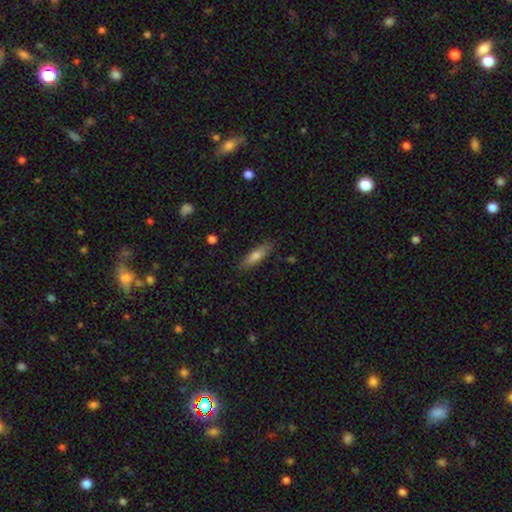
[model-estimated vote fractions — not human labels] A smooth galaxy with no disk features (71%) that is cigar-shaped (64%). Merging: none (85%).